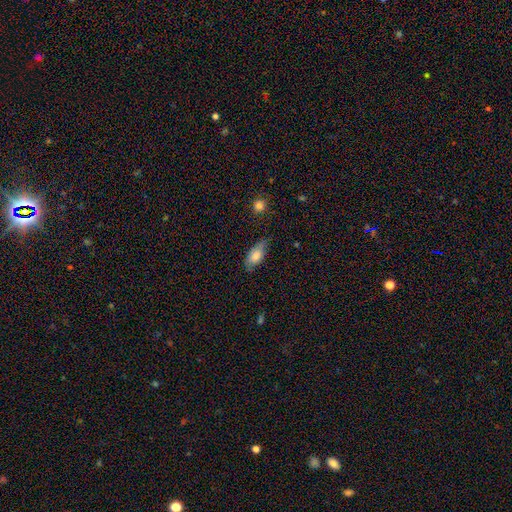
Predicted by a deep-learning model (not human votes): smooth_or_featured: smooth (p=0.77) [alt: featured or disk p=0.16]
how_rounded: in between (p=0.85) [alt: cigar-shaped p=0.11]
merging: none (p=0.59) [alt: minor disturbance p=0.32]